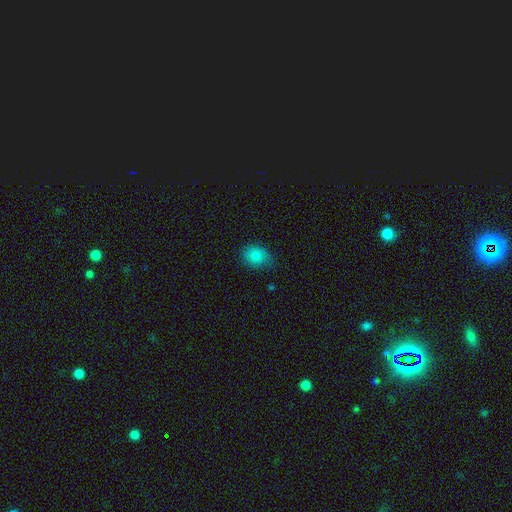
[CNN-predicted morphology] Smooth or featured? smooth (84%)
How rounded? in between (50%)
Merging? none (65%)